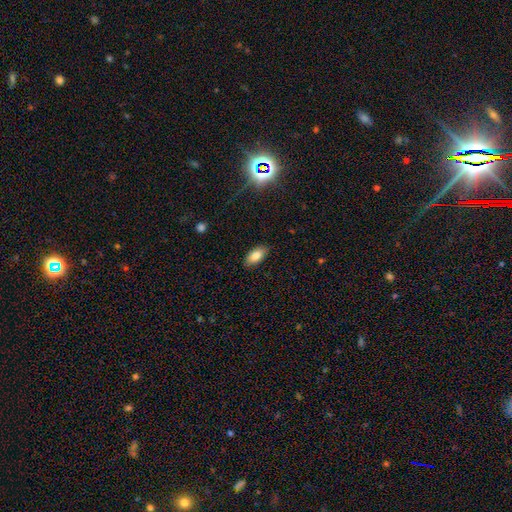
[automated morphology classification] This is clearly a smooth galaxy (84%). How rounded: clearly in between (92%). Merging: clearly none (87%).